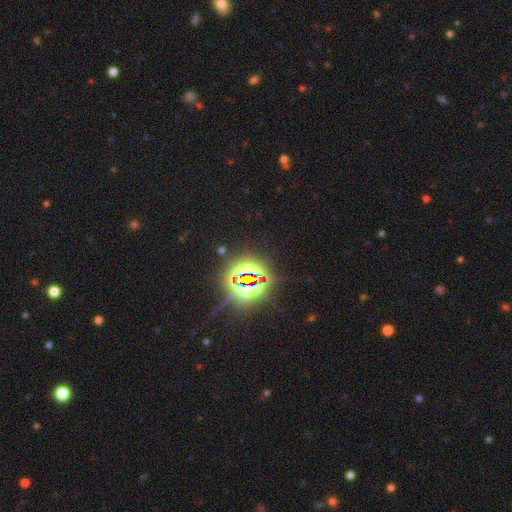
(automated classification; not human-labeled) Smooth or featured? Predicted: star or artifact (p=0.82).